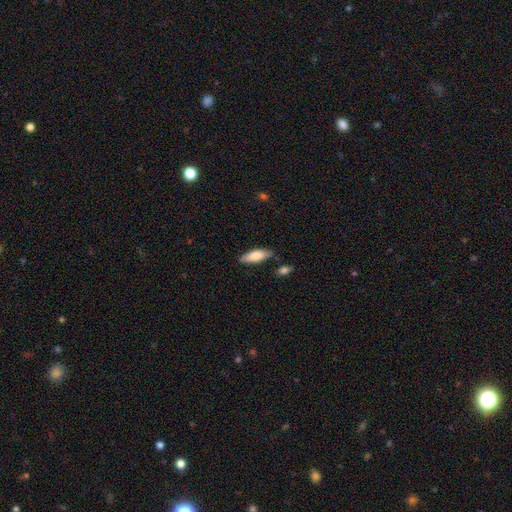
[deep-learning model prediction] A smooth galaxy with no disk features (78%) that is in between round and cigar-shaped (62%). Merging: none (79%).